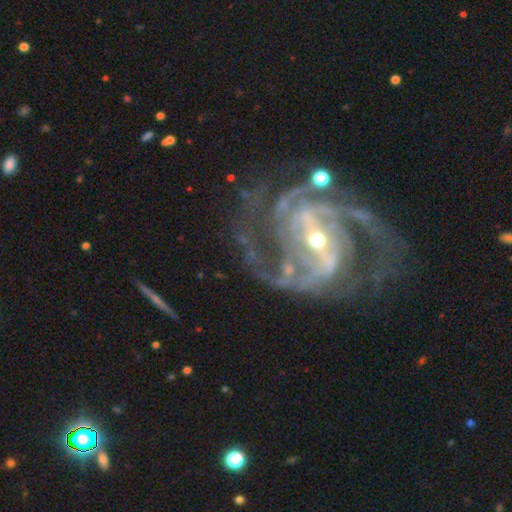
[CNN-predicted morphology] Smooth or featured?
  - featured or disk: 92% *
  - star or artifact: 6%
  - smooth: 3%
Edge-on disk?
  - no: 97% *
  - yes: 3%
Bar?
  - strong: 56% *
  - weak: 31%
  - no: 12%
Spiral arms?
  - yes: 98% *
  - no: 2%
Spiral winding?
  - medium: 53% *
  - tight: 33%
  - loose: 14%
Spiral arm count?
  - 2: 52% *
  - 3: 19%
  - can't tell: 10%
  - 4: 9%
  - more than 4: 5%
  - 1: 5%
Bulge size?
  - small: 59% *
  - moderate: 36%
  - large: 2%
  - none: 1%
  - dominant: 1%
Merging?
  - none: 65% *
  - minor disturbance: 17%
  - major disturbance: 16%
  - merger: 3%